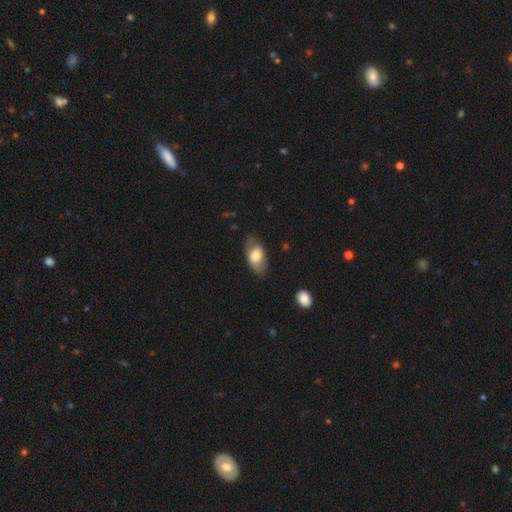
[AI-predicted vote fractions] Smooth or featured?
  - smooth: 70% *
  - featured or disk: 24%
  - star or artifact: 6%
How rounded?
  - in between: 92% *
  - round: 5%
  - cigar-shaped: 3%
Merging?
  - none: 76% *
  - minor disturbance: 19%
  - major disturbance: 4%
  - merger: 1%